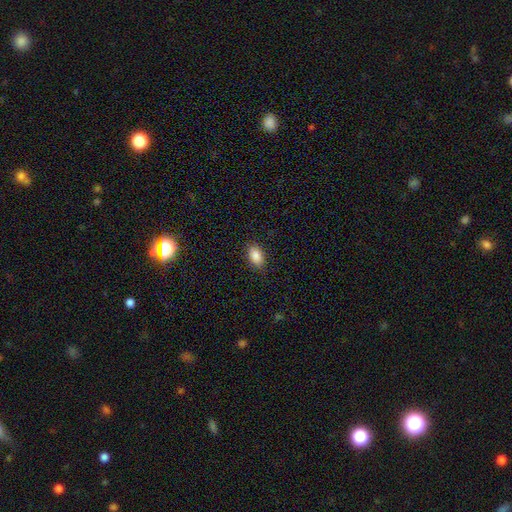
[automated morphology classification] Q: Smooth or featured?
A: smooth (88%); runner-up: star or artifact (7%)
Q: How rounded?
A: in between (92%); runner-up: round (5%)
Q: Merging?
A: none (87%); runner-up: minor disturbance (10%)